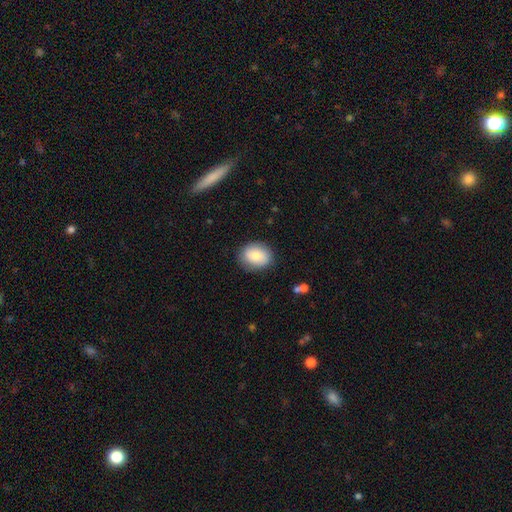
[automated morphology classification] smooth_or_featured: smooth (p=0.79) [alt: featured or disk p=0.14]
how_rounded: in between (p=0.52) [alt: round p=0.47]
merging: none (p=0.84) [alt: minor disturbance p=0.12]